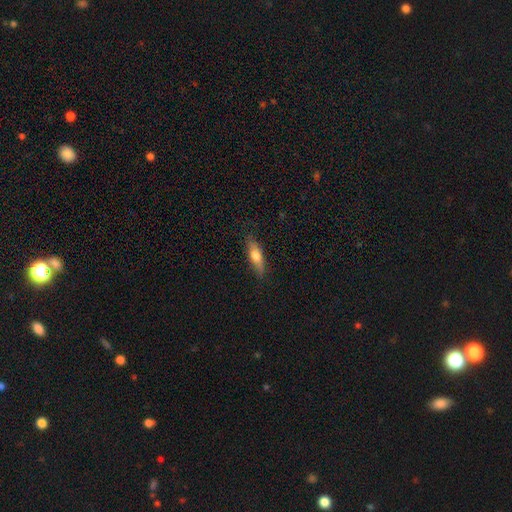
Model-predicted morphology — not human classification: smooth-or-featured: smooth: 61% | featured or disk: 33% | star or artifact: 6%
  how-rounded: cigar-shaped: 53% | in between: 44% | round: 3%
  merging: none: 82% | minor disturbance: 14% | major disturbance: 3% | merger: 1%